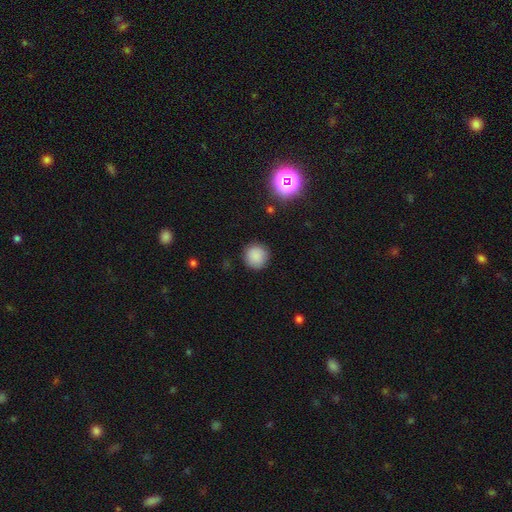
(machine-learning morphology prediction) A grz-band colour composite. It shows a smooth galaxy with no disk features (86%) that is round (94%). Merging: none (89%).